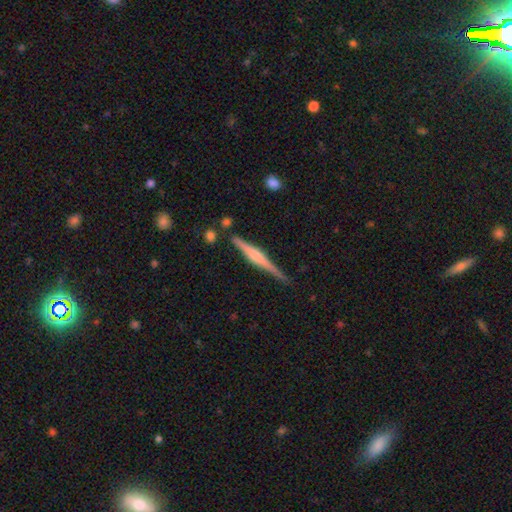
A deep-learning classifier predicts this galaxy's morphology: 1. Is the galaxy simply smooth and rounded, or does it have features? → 71% featured or disk, 23% smooth, 6% star or artifact.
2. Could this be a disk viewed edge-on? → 98% yes, 2% no.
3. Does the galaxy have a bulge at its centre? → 66% rounded, 21% boxy, 13% none.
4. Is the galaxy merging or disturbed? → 83% none, 12% minor disturbance, 3% merger, 2% major disturbance.